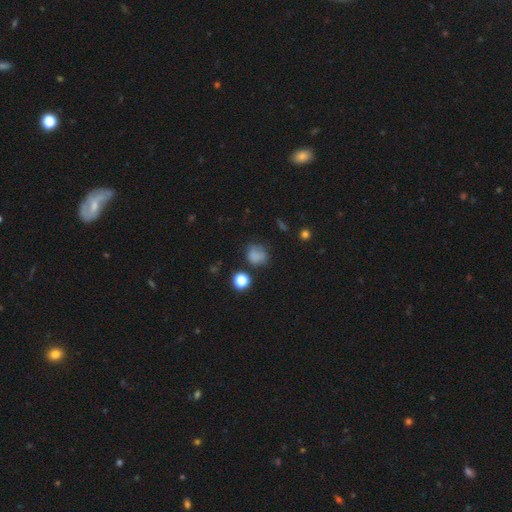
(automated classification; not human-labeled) Smooth or featured? Predicted: smooth (p=0.74). How rounded? Predicted: round (p=0.68). Merging? Predicted: none (p=0.58).